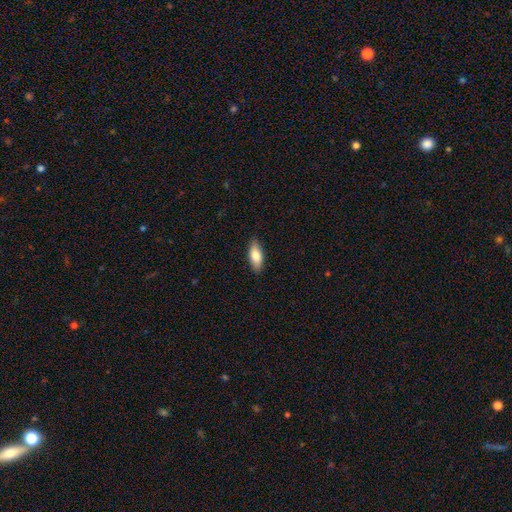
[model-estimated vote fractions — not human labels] This is likely a smooth galaxy (80%). How rounded: likely in between (76%). Merging: clearly none (88%).